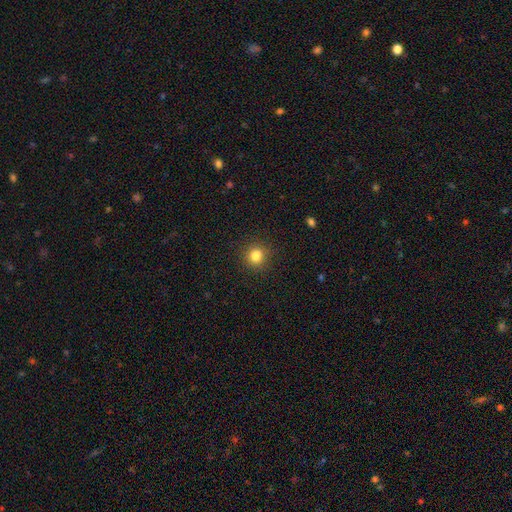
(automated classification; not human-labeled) Smooth or featured: smooth — 83% (star or artifact — 12%)
How rounded: round — 89% (in between — 10%)
Merging: none — 90% (minor disturbance — 6%)